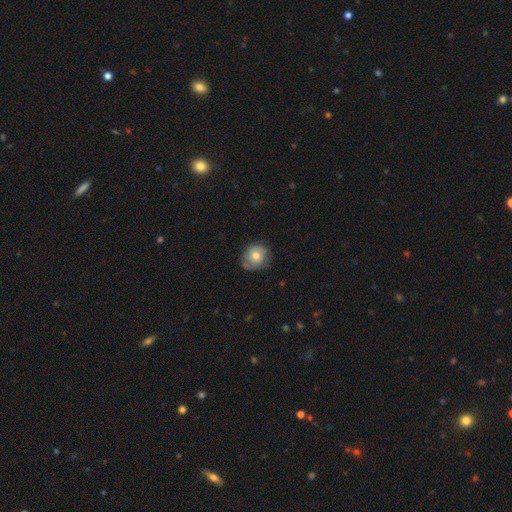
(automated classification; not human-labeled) Smooth or featured? smooth (54%)
How rounded? round (79%)
Merging? none (67%)